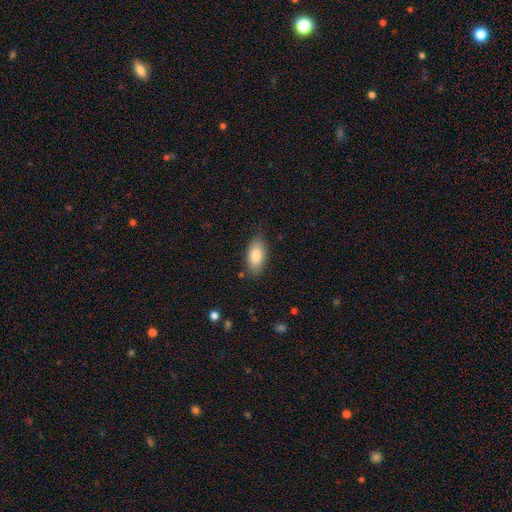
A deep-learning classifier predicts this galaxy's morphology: This is clearly a smooth galaxy (83%). How rounded: clearly in between (91%). Merging: likely none (80%).